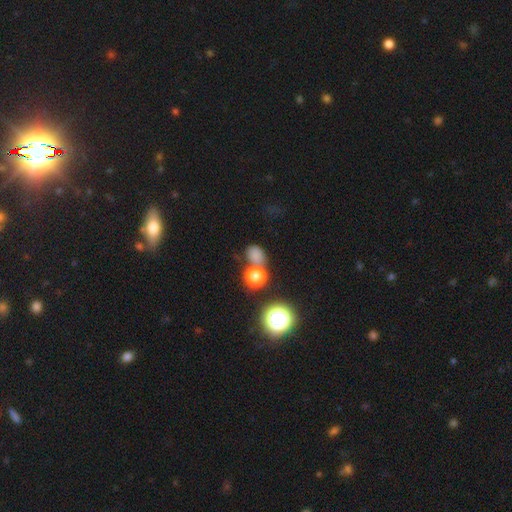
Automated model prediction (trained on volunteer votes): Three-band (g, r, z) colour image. It shows a smooth galaxy with no disk features (72%) that is round (56%). Merging: none (58%).